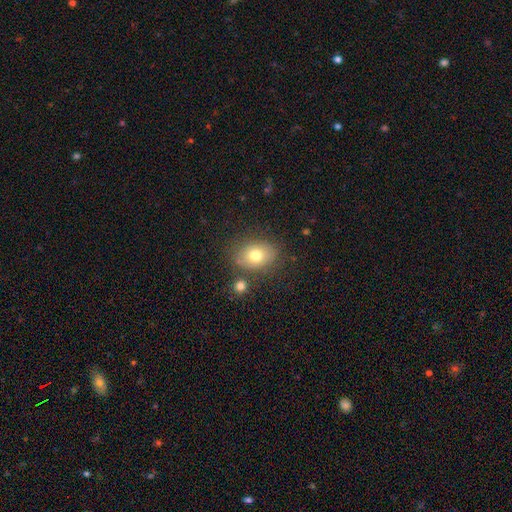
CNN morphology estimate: type=smooth (74%); roundness=in between (71%); merging=none (75%).